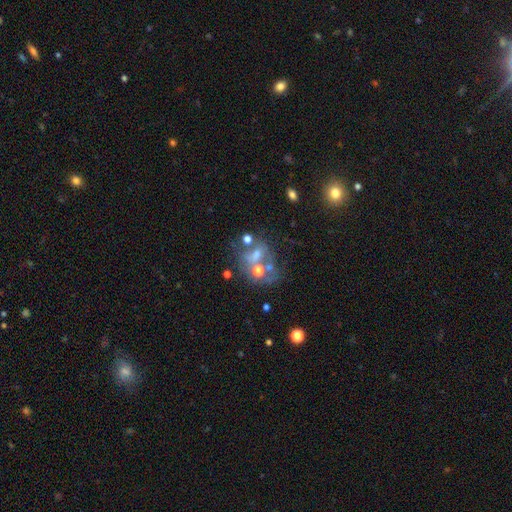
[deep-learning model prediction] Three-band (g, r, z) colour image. It shows a featured or disk galaxy (44%). Merging: none (36%).